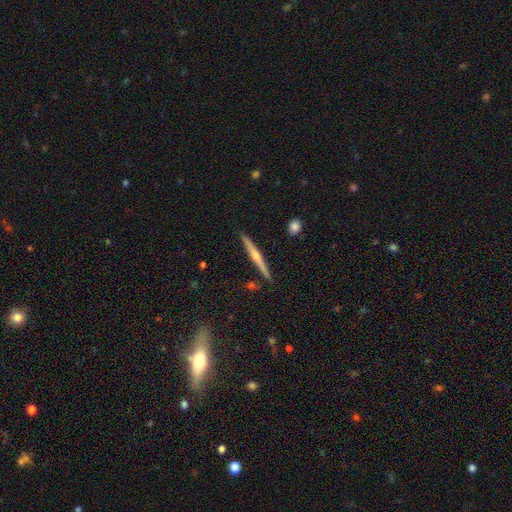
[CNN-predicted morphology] Q: Smooth or featured?
A: featured or disk (68%); runner-up: smooth (26%)
Q: Edge-on disk?
A: yes (98%); runner-up: no (2%)
Q: Edge-on bulge?
A: rounded (83%); runner-up: none (14%)
Q: Merging?
A: none (90%); runner-up: minor disturbance (7%)